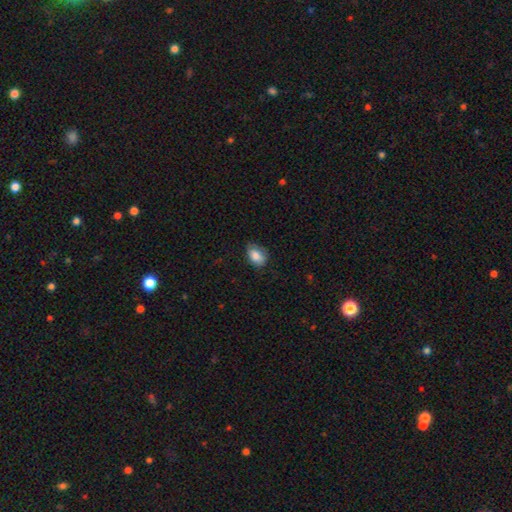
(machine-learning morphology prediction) smooth_or_featured: smooth (p=0.84) [alt: featured or disk p=0.08]
how_rounded: in between (p=0.85) [alt: round p=0.14]
merging: none (p=0.64) [alt: minor disturbance p=0.29]